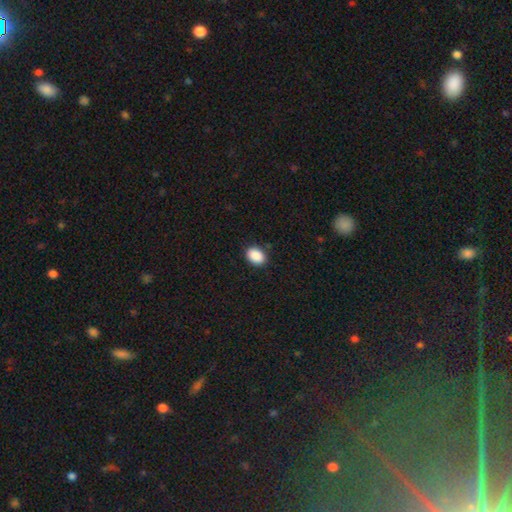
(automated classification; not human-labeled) smooth 90%, star or artifact 8%, featured or disk 2%. Down the decision tree: how rounded — in between (77%); merging — none (89%).